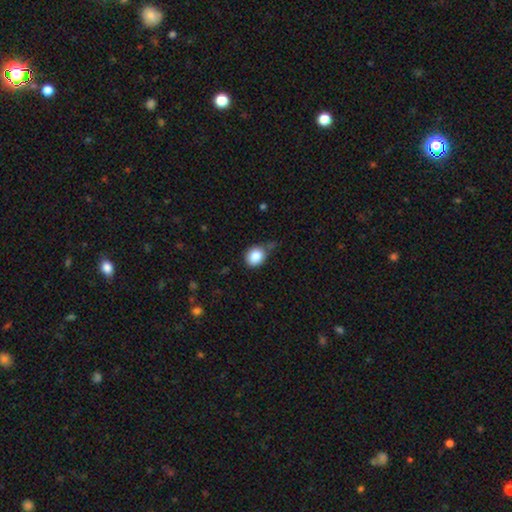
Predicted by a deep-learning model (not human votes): A smooth galaxy with no disk features (86%) that is round (62%).

Vote fractions:
- Smooth or featured? smooth: 86% / star or artifact: 9% / featured or disk: 5%
- How rounded? round: 62% / in between: 37% / cigar-shaped: 1%
- Merging? none: 56% / minor disturbance: 30% / major disturbance: 8% / merger: 6%